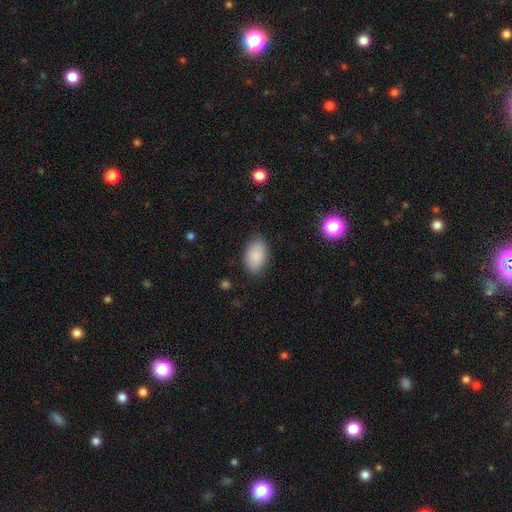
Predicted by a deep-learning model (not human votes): Smooth or featured?
  - smooth: 89% *
  - star or artifact: 7%
  - featured or disk: 5%
How rounded?
  - in between: 92% *
  - round: 7%
  - cigar-shaped: 1%
Merging?
  - none: 84% *
  - minor disturbance: 12%
  - major disturbance: 3%
  - merger: 1%